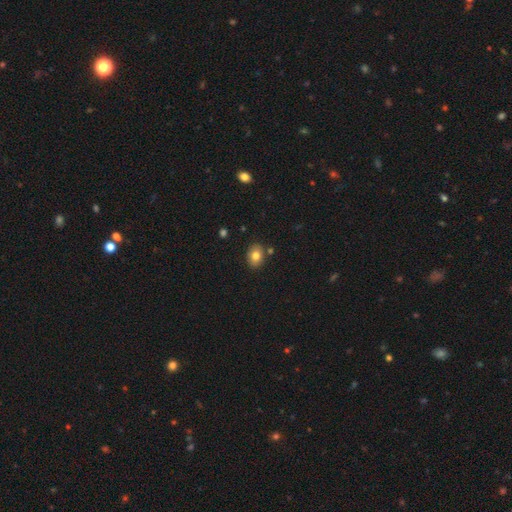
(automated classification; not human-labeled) This is likely a smooth galaxy (79%). How rounded: likely in between (64%). Merging: clearly none (83%).